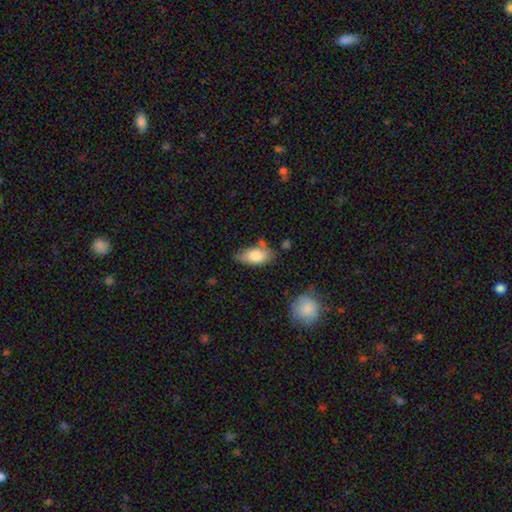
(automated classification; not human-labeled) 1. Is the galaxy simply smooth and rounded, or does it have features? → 78% smooth, 15% featured or disk, 7% star or artifact.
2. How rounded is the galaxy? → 91% in between, 5% cigar-shaped, 4% round.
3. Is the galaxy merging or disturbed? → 58% none, 28% minor disturbance, 7% merger, 7% major disturbance.